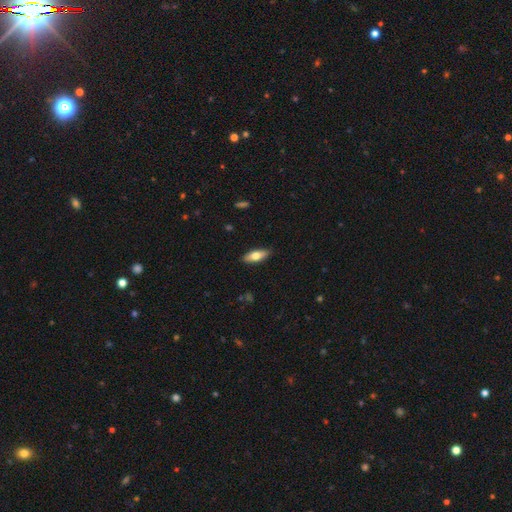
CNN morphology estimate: The model was most divided on "smooth or featured": smooth: 67%, featured or disk: 27%, star or artifact: 6%. More confident: merging — none (88%); how rounded — in between (69%).